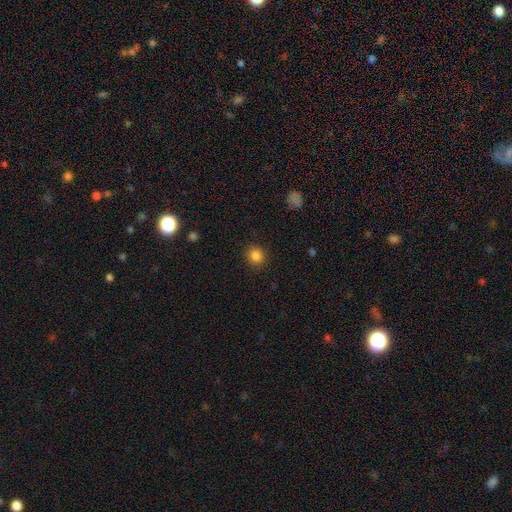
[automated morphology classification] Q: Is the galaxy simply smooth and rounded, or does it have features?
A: smooth — 84%.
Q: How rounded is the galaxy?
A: round — 90%.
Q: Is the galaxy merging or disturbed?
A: none — 91%.